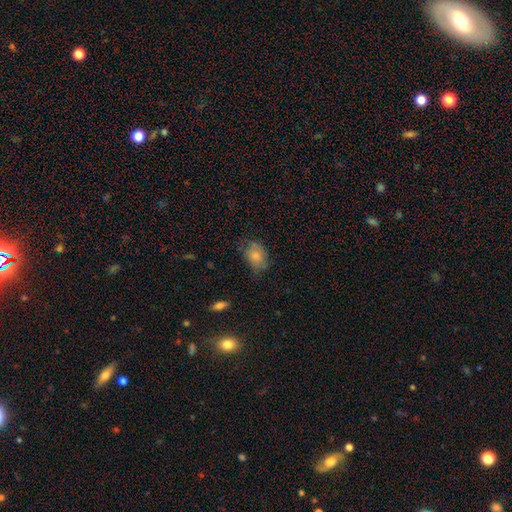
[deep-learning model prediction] Smooth or featured? Predicted: smooth (p=0.77). How rounded? Predicted: in between (p=0.73). Merging? Predicted: none (p=0.62).